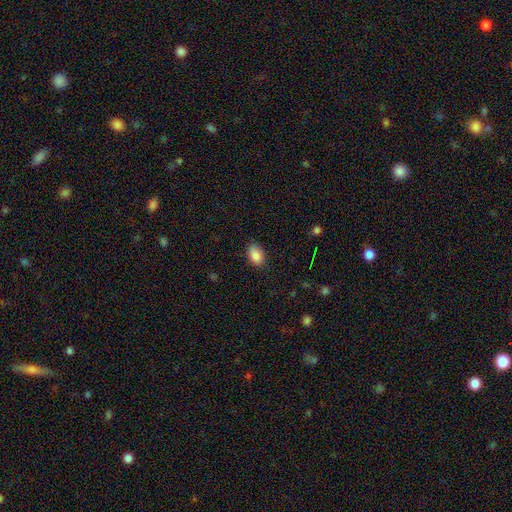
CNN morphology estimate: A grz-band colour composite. It shows a smooth galaxy with no disk features (87%) that is in between round and cigar-shaped (87%). Merging: none (83%).